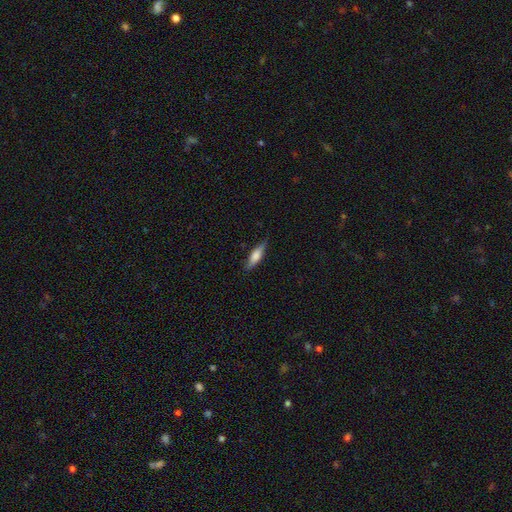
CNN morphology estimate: A smooth galaxy with no disk features (60%) that is cigar-shaped (61%).

Vote fractions:
- Smooth or featured? smooth: 60% / featured or disk: 34% / star or artifact: 6%
- How rounded? cigar-shaped: 61% / in between: 37% / round: 2%
- Merging? none: 81% / minor disturbance: 15% / major disturbance: 3% / merger: 1%